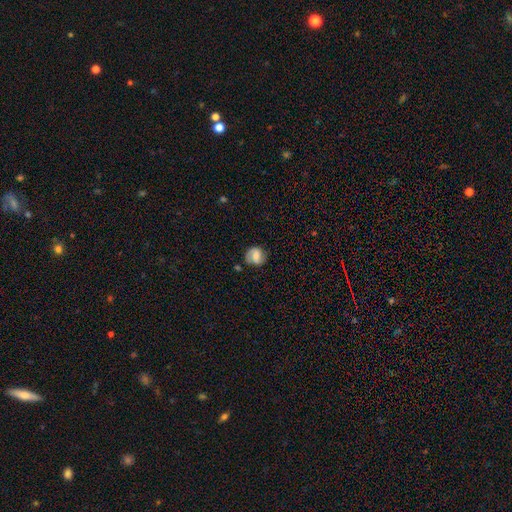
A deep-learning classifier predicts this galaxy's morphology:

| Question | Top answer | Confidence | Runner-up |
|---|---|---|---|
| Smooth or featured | smooth | 53% | featured or disk (38%) |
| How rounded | round | 76% | in between (23%) |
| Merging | none | 67% | minor disturbance (22%) |